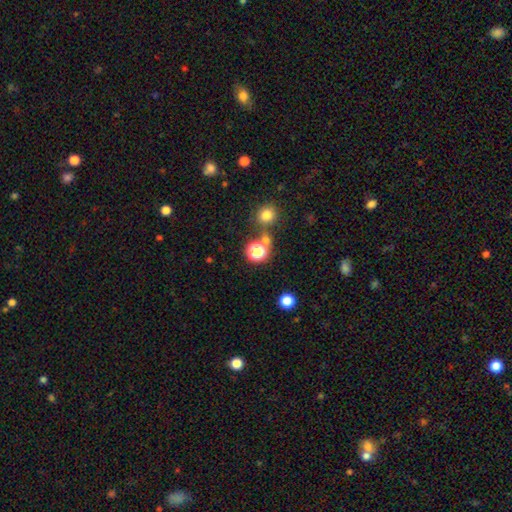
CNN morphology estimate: Smooth or featured: smooth — 48% (star or artifact — 44%)
Merging: none — 75% (merger — 15%)